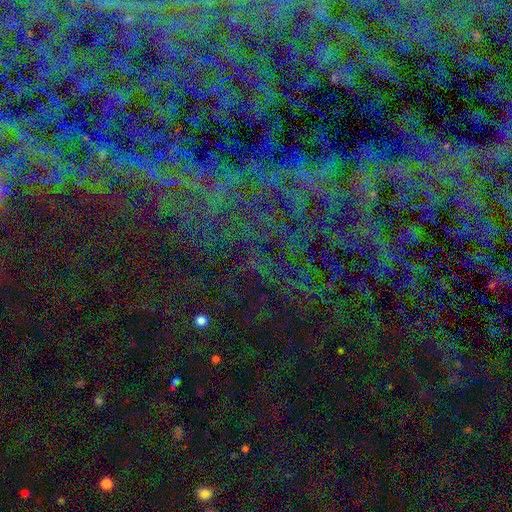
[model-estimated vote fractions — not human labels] This appears to be a star or artifact, not a galaxy (85%).